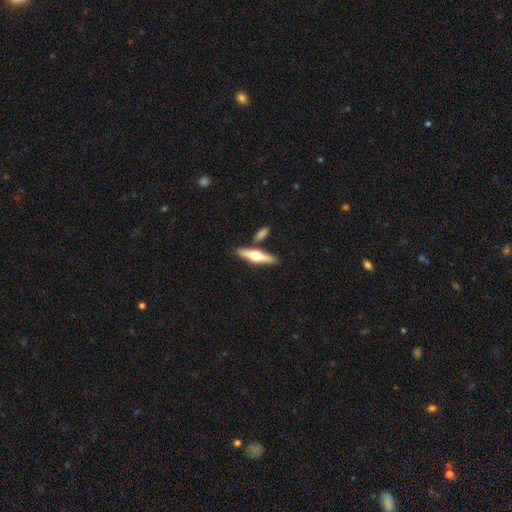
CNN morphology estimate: featured or disk 58%, smooth 37%, star or artifact 5%. Down the decision tree: edge-on disk — yes (95%); edge-on bulge — rounded (94%); merging — none (78%).